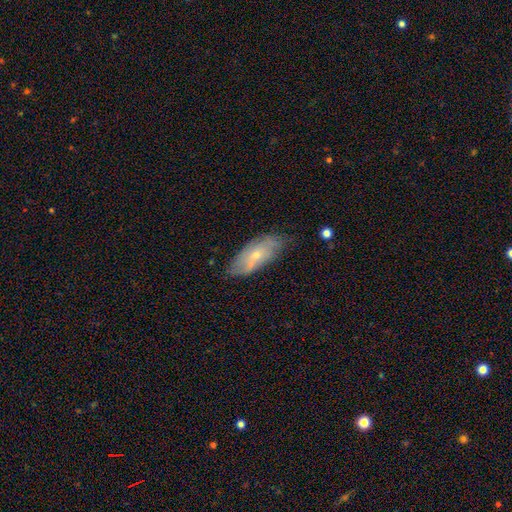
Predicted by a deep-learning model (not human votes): Smooth or featured? Predicted: featured or disk (p=0.48). Merging? Predicted: none (p=0.66).